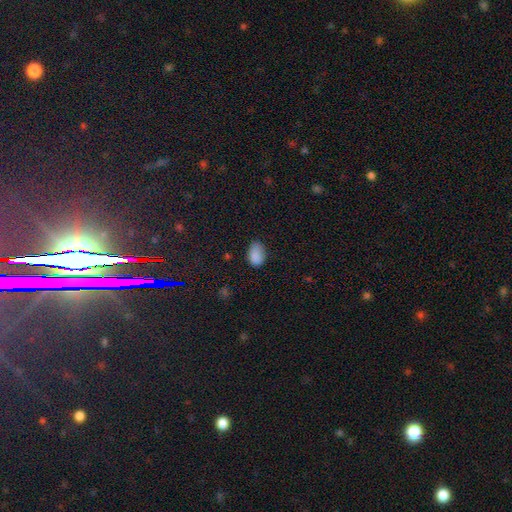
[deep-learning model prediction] Q: Smooth or featured?
A: smooth (86%); runner-up: star or artifact (9%)
Q: How rounded?
A: in between (83%); runner-up: round (16%)
Q: Merging?
A: none (66%); runner-up: minor disturbance (27%)